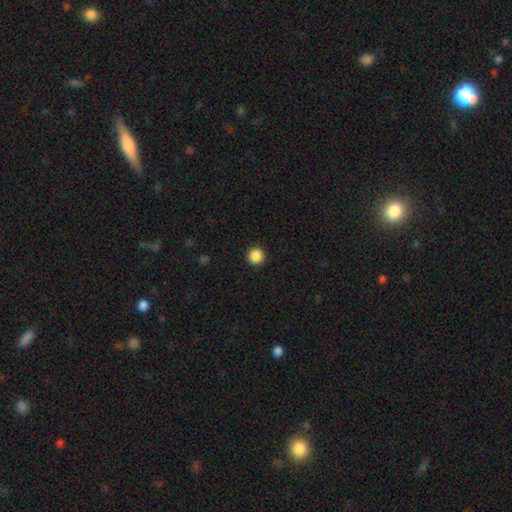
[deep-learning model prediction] Smooth or featured: smooth — 88% (star or artifact — 10%)
How rounded: round — 95% (in between — 4%)
Merging: none — 93% (minor disturbance — 4%)